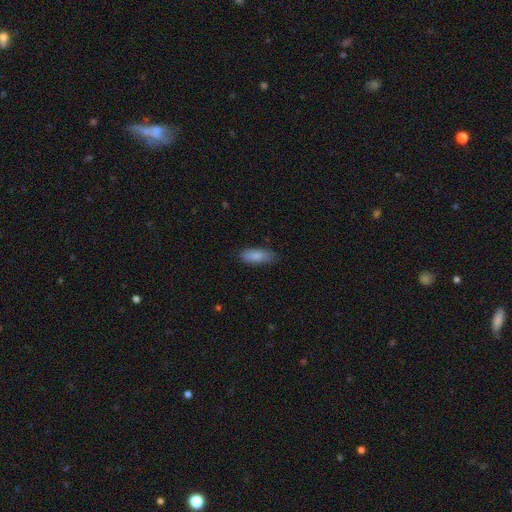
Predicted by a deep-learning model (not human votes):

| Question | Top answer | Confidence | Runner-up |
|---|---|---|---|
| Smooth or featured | smooth | 86% | featured or disk (8%) |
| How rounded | in between | 77% | cigar-shaped (21%) |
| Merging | none | 78% | minor disturbance (17%) |